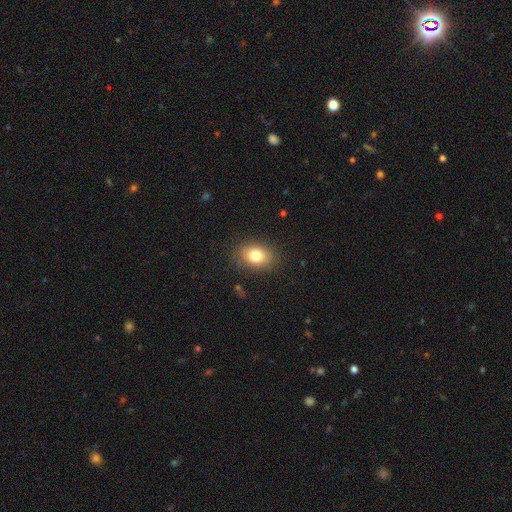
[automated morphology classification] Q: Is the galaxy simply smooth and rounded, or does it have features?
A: smooth — 79%.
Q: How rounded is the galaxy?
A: in between — 71%.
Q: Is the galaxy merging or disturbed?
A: none — 84%.